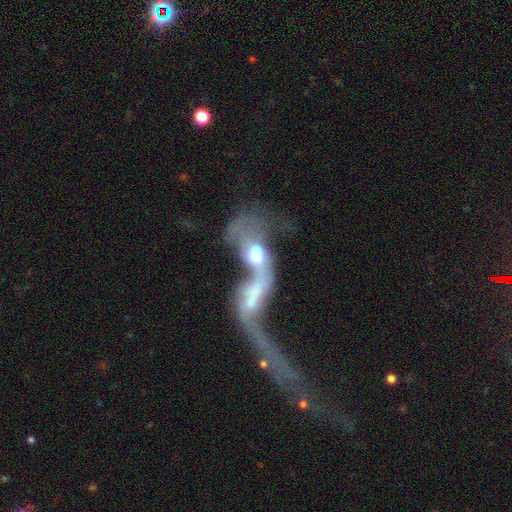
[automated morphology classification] Overall: featured or disk (66%). Edge-on disk: no (93%). Bar: no (61%; weak 27%). Spiral arms: yes (55%; no 45%). Bulge size: moderate (49%; small 19%). Merging: merger (75%).